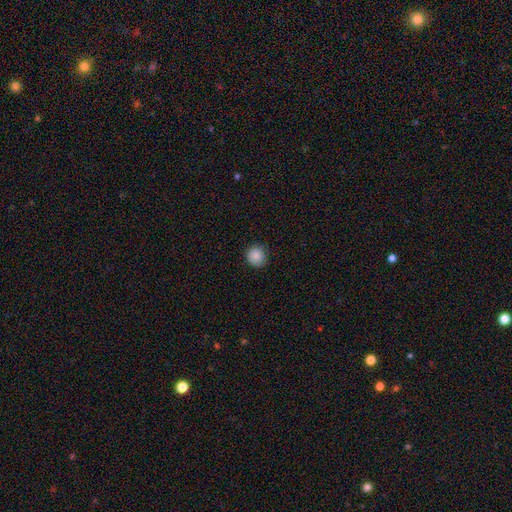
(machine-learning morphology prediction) Smooth or featured?
  - smooth: 87% *
  - star or artifact: 9%
  - featured or disk: 3%
How rounded?
  - round: 91% *
  - in between: 8%
  - cigar-shaped: 1%
Merging?
  - none: 88% *
  - minor disturbance: 9%
  - major disturbance: 2%
  - merger: 1%